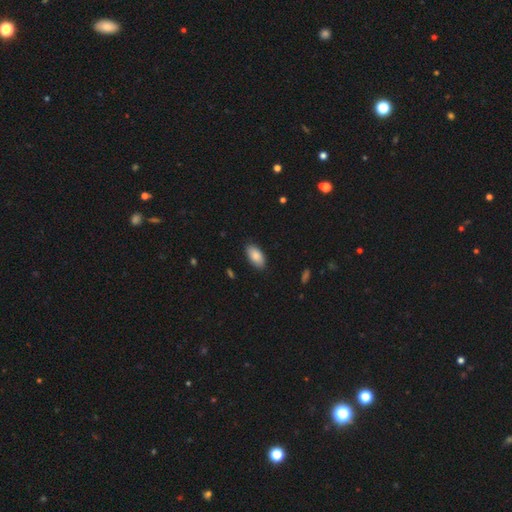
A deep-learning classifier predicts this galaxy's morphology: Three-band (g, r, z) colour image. It shows a smooth galaxy with no disk features (86%) that is in between round and cigar-shaped (94%). Merging: none (87%).